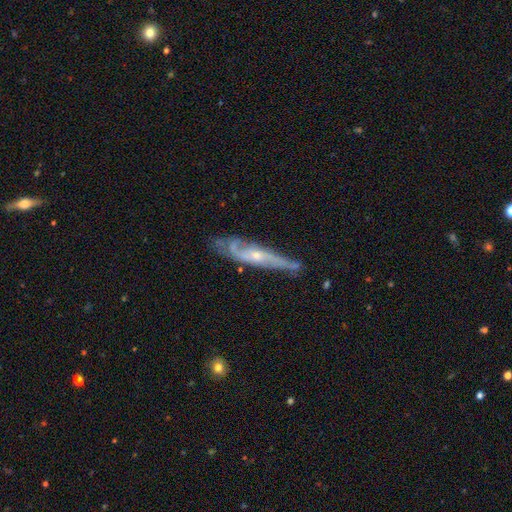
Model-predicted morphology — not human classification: Smooth or featured: featured or disk — 79% (smooth — 14%)
Edge-on disk: no — 51% (yes — 49%)
Merging: none — 61% (minor disturbance — 27%)